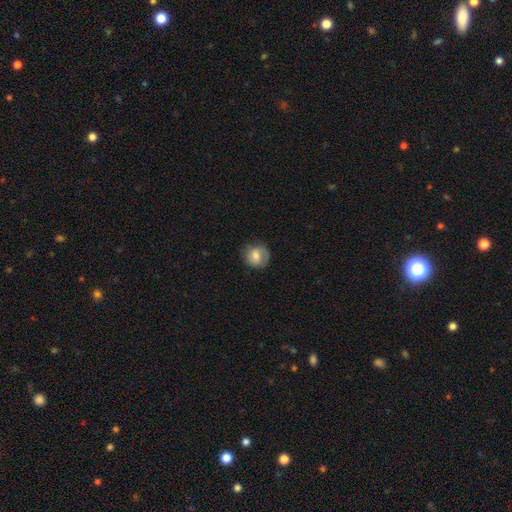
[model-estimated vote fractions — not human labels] Smooth or featured?
  - smooth: 67% *
  - featured or disk: 25%
  - star or artifact: 8%
How rounded?
  - round: 81% *
  - in between: 18%
  - cigar-shaped: 1%
Merging?
  - none: 74% *
  - minor disturbance: 19%
  - major disturbance: 6%
  - merger: 1%